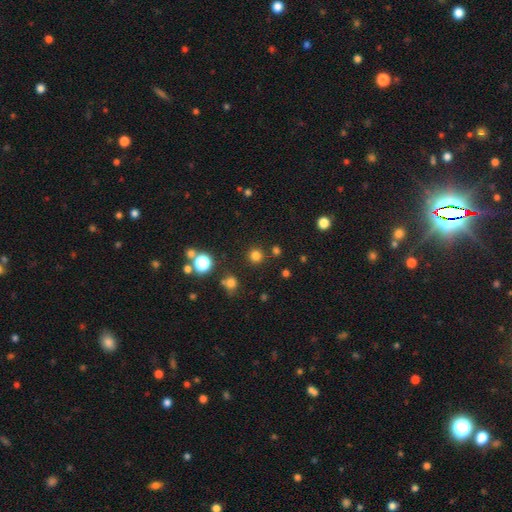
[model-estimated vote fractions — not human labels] Overall: smooth (76%). How rounded: round (94%). Merging: none (87%).